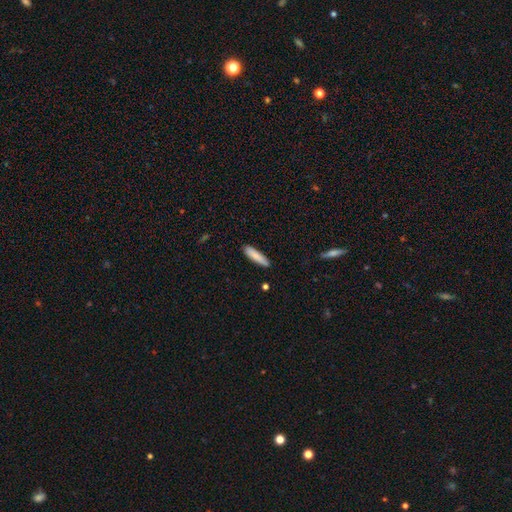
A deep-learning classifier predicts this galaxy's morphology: A smooth galaxy with no disk features (84%) that is cigar-shaped (79%).

Vote fractions:
- Smooth or featured? smooth: 84% / featured or disk: 10% / star or artifact: 6%
- How rounded? cigar-shaped: 79% / in between: 20% / round: 1%
- Merging? none: 86% / minor disturbance: 11% / major disturbance: 2% / merger: 1%